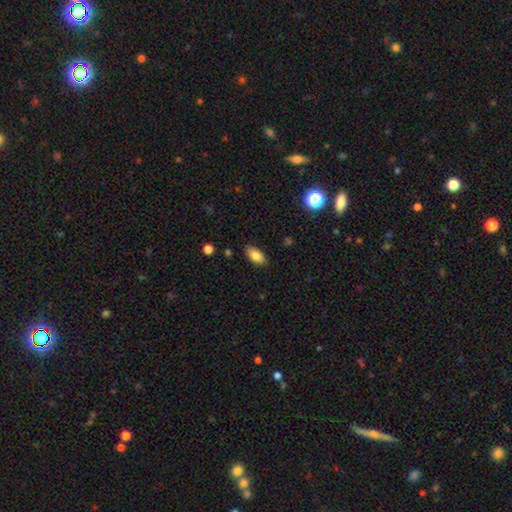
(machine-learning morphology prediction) smooth-or-featured: smooth: 84% | featured or disk: 8% | star or artifact: 8%
  how-rounded: in between: 92% | round: 4% | cigar-shaped: 4%
  merging: none: 87% | minor disturbance: 10% | major disturbance: 2% | merger: 1%